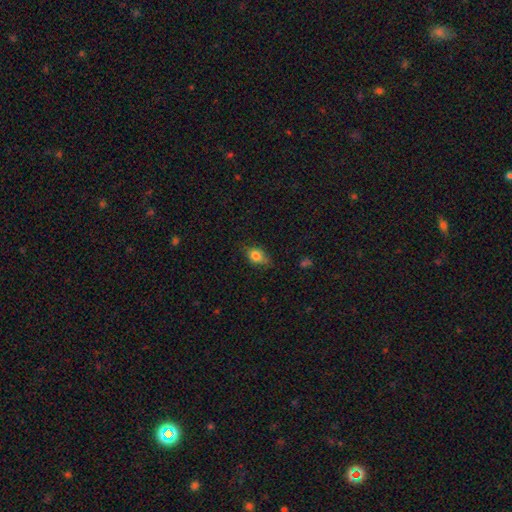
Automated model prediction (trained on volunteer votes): Morphology: type=smooth (79%); roundness=in between (72%); merging=none (69%).